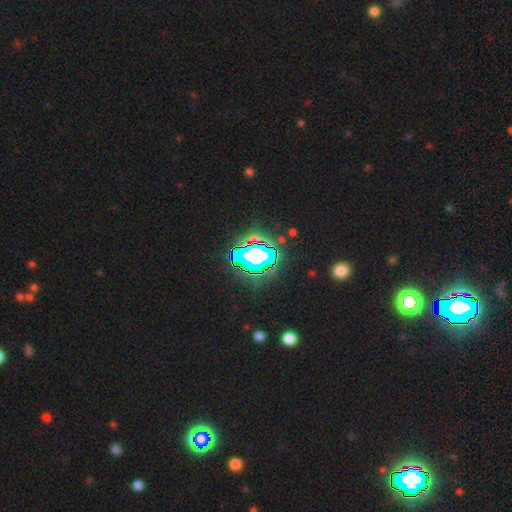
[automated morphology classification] star or artifact 62%, smooth 19%, featured or disk 19%.